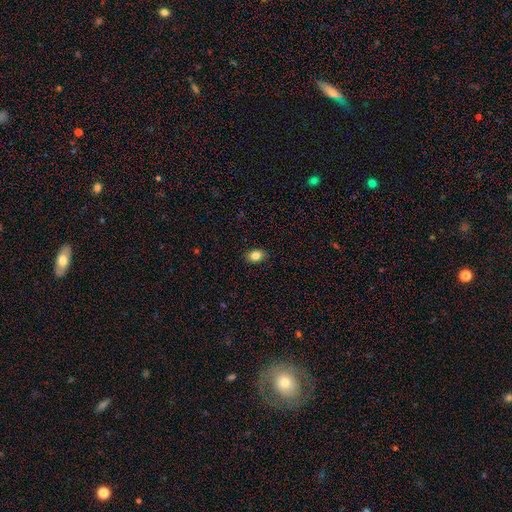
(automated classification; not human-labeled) Morphology: type=smooth (85%); roundness=in between (77%); merging=none (89%).